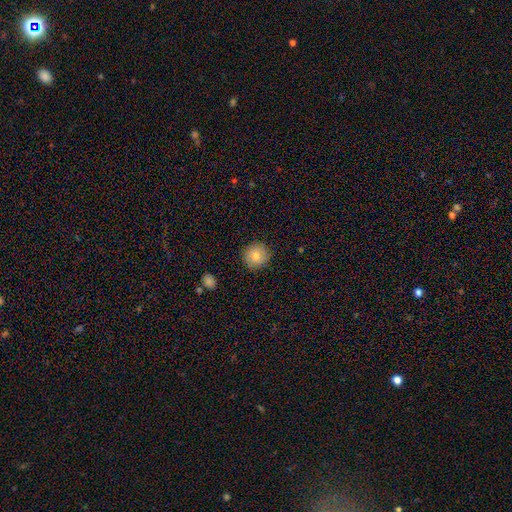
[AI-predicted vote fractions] Overall: smooth (80%). How rounded: round (93%). Merging: none (89%).